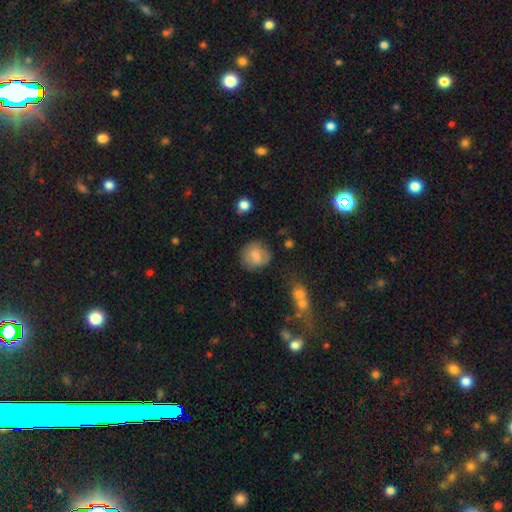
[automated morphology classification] Smooth or featured? smooth (77%)
How rounded? round (81%)
Merging? none (73%)